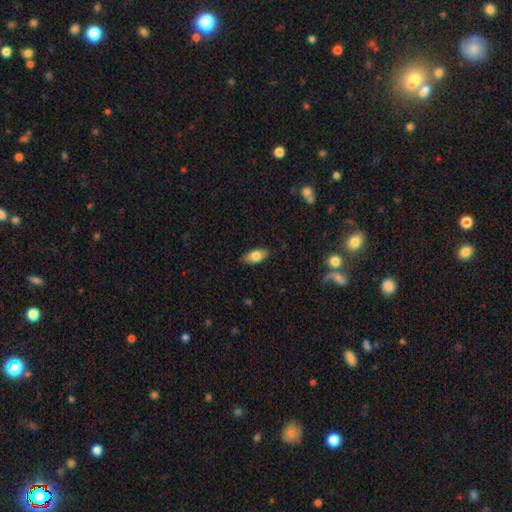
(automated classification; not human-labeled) This is clearly a smooth galaxy (81%). How rounded: clearly in between (91%). Merging: clearly none (87%).